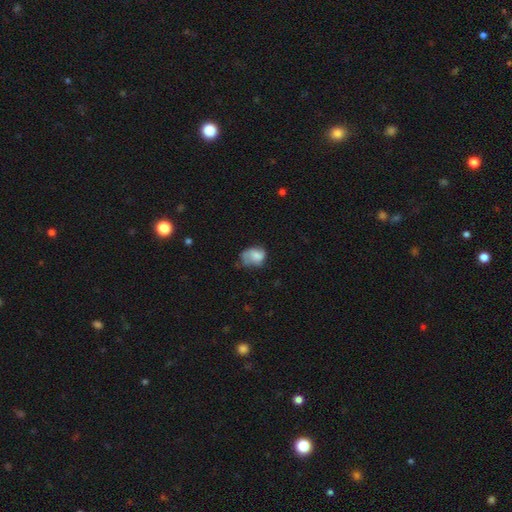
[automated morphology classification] A smooth galaxy with no disk features (65%) that is in between round and cigar-shaped (58%). Merging: minor disturbance (37%).